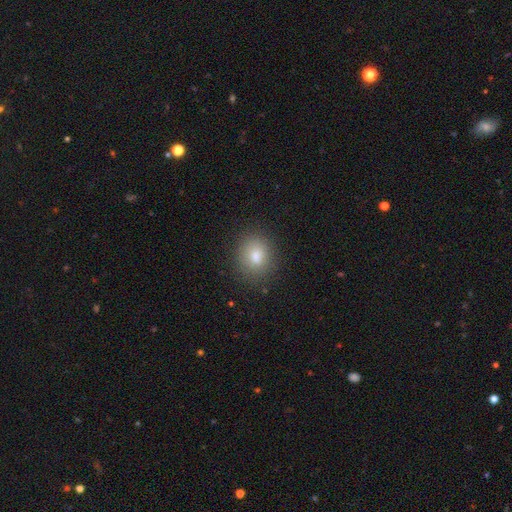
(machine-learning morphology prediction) Q: Smooth or featured?
A: smooth (80%); runner-up: star or artifact (12%)
Q: How rounded?
A: round (64%); runner-up: in between (35%)
Q: Merging?
A: none (88%); runner-up: minor disturbance (9%)